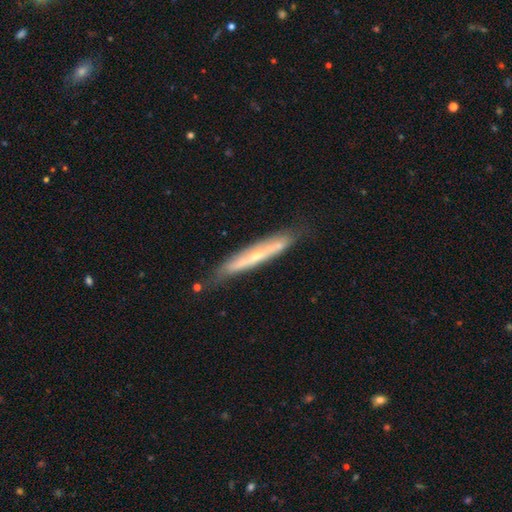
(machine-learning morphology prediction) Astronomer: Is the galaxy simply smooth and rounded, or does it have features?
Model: featured or disk — 63%.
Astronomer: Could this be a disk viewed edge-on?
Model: yes — 79%.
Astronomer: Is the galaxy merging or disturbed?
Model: none — 75%.